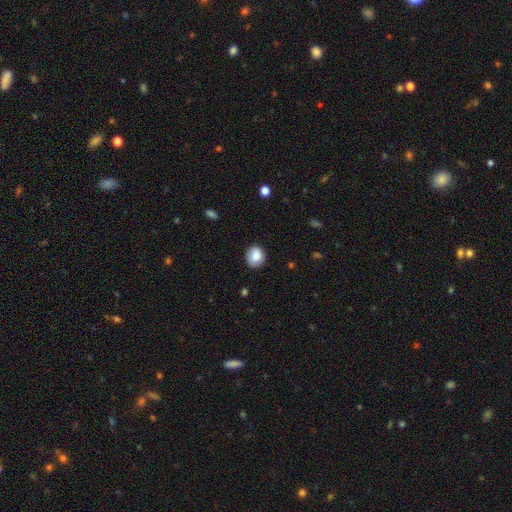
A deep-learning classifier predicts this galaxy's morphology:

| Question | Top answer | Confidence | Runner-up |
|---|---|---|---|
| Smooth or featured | smooth | 85% | star or artifact (8%) |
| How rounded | round | 71% | in between (28%) |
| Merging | none | 82% | minor disturbance (14%) |